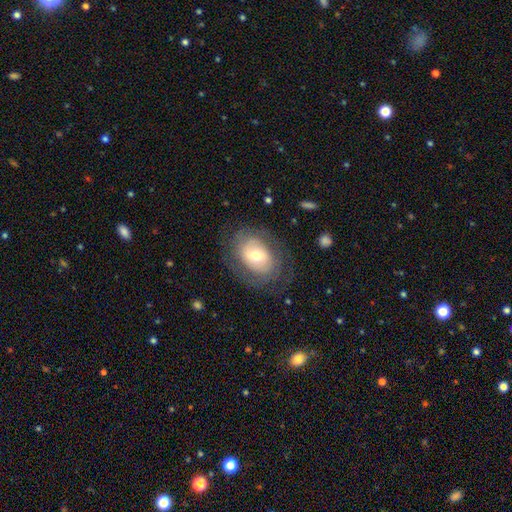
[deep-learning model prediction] This appears to be a featured or disk galaxy (50%). Merging: none (70%).